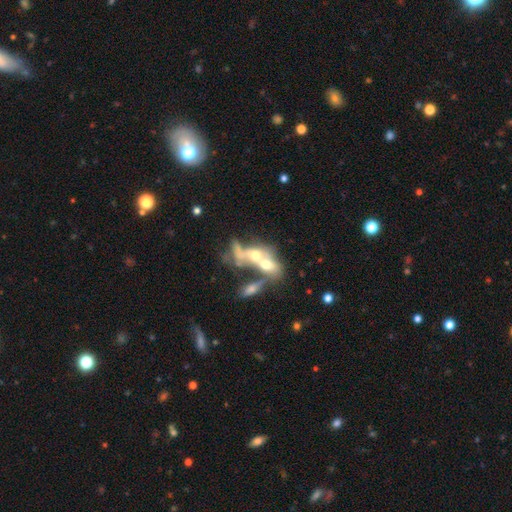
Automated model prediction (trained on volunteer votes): Q: Smooth or featured?
A: featured or disk (50%); runner-up: smooth (38%)
Q: Edge-on disk?
A: no (89%); runner-up: yes (11%)
Q: Merging?
A: merger (75%); runner-up: major disturbance (12%)